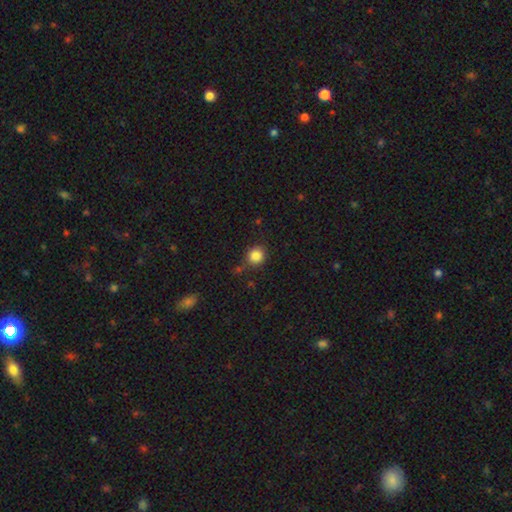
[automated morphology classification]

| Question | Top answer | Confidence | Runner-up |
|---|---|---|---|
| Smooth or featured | smooth | 85% | star or artifact (11%) |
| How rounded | round | 90% | in between (10%) |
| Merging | none | 81% | minor disturbance (12%) |